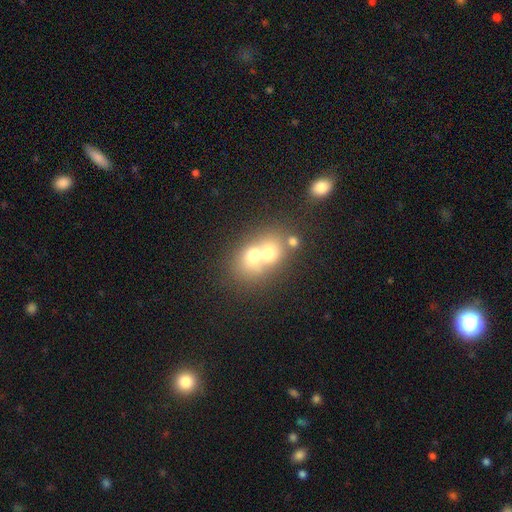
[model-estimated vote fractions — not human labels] smooth-or-featured: smooth: 62% | featured or disk: 25% | star or artifact: 13%
  how-rounded: round: 55% | in between: 43% | cigar-shaped: 1%
  merging: merger: 69% | none: 22% | minor disturbance: 6% | major disturbance: 3%